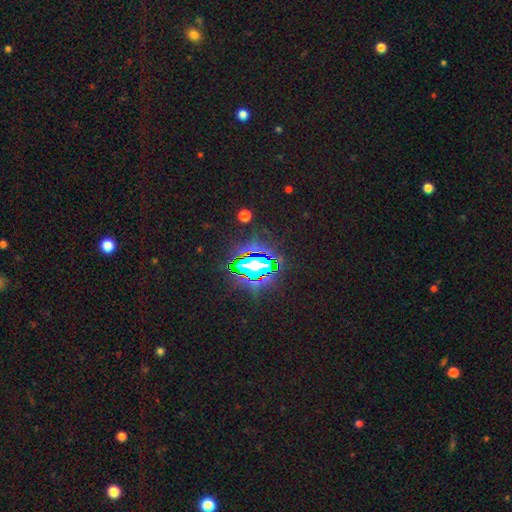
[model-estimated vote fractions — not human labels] A star or artifact, not a galaxy (82%).

Vote fractions:
- Smooth or featured? star or artifact: 82% / smooth: 11% / featured or disk: 8%